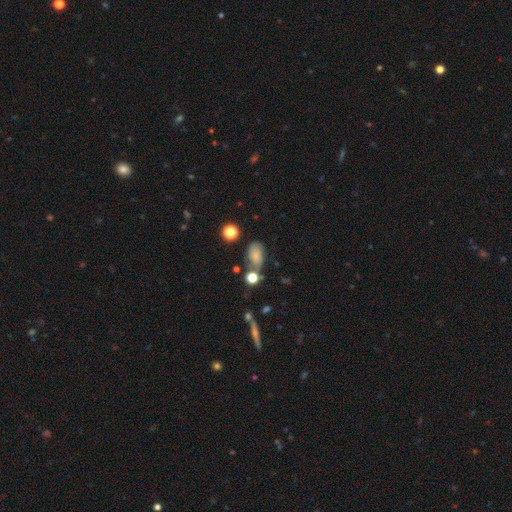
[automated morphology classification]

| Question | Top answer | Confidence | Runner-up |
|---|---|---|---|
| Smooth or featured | smooth | 69% | featured or disk (17%) |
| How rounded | in between | 84% | round (13%) |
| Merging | none | 50% | minor disturbance (26%) |